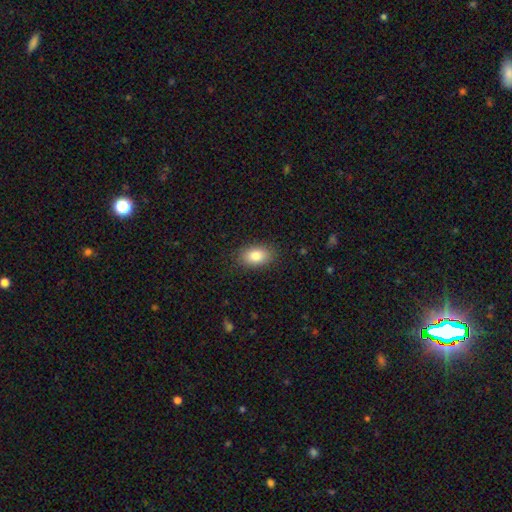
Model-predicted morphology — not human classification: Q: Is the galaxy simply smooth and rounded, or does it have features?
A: smooth — 84%.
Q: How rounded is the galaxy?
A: in between — 88%.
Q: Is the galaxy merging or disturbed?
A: none — 86%.